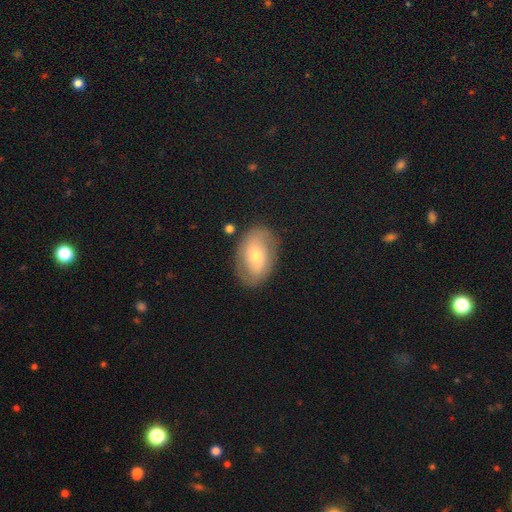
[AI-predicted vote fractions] smooth_or_featured: featured or disk (p=0.48) [alt: smooth p=0.45]
merging: none (p=0.80) [alt: minor disturbance p=0.14]